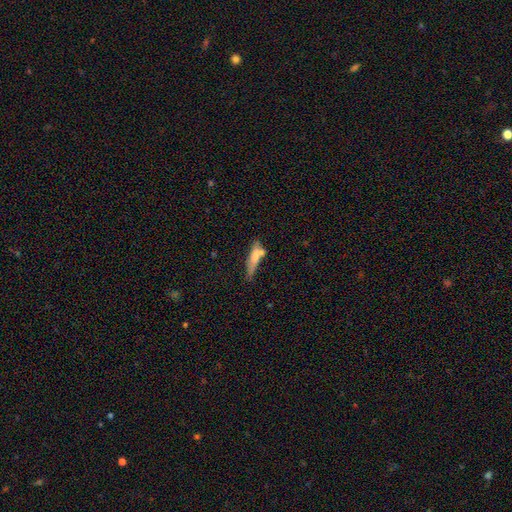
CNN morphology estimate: Smooth or featured: smooth — 64% (featured or disk — 28%)
How rounded: cigar-shaped — 68% (in between — 29%)
Merging: none — 40% (minor disturbance — 25%)